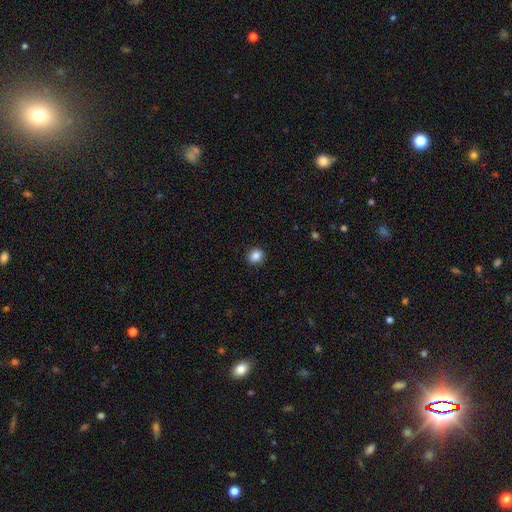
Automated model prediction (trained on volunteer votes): Smooth or featured: smooth — 85% (star or artifact — 10%)
How rounded: round — 75% (in between — 25%)
Merging: none — 90% (minor disturbance — 7%)